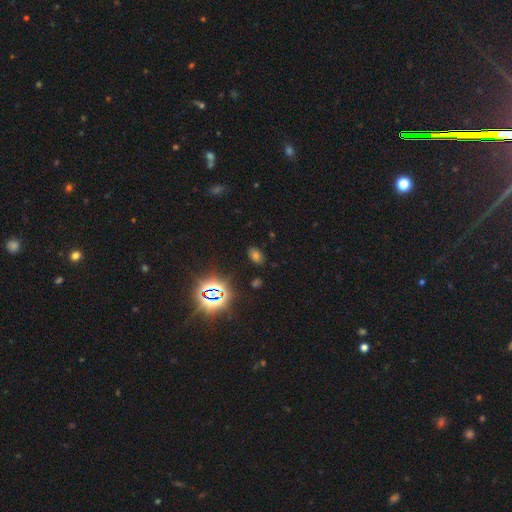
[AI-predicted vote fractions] Smooth or featured?
  - smooth: 54% *
  - star or artifact: 38%
  - featured or disk: 8%
How rounded?
  - in between: 86% *
  - round: 12%
  - cigar-shaped: 2%
Merging?
  - none: 84% *
  - minor disturbance: 10%
  - major disturbance: 3%
  - merger: 2%